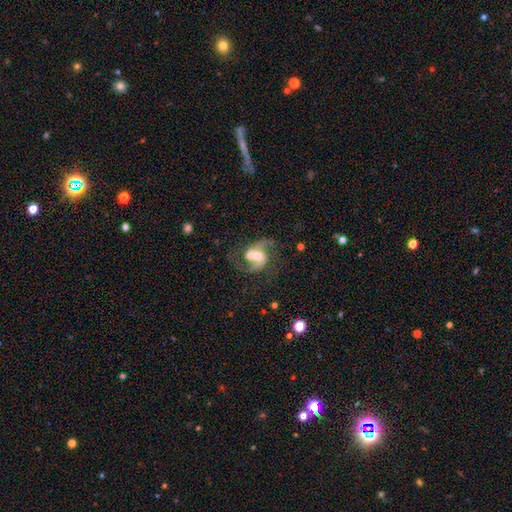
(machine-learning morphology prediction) The model was most divided on "bar": no: 45%, weak: 40%, strong: 15%. Remaining: edge-on disk — no (97%); spiral arms — yes (90%); spiral arm count — 2 (83%); smooth or featured — featured or disk (78%); bulge size — moderate (56%); spiral winding — loose (52%); merging — merger (49%).